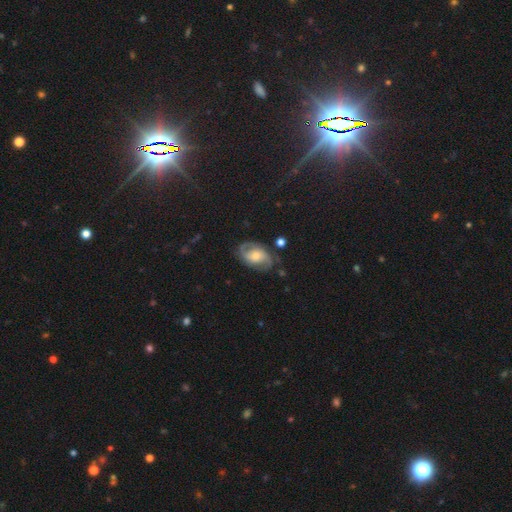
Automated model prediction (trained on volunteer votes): Q: Smooth or featured?
A: featured or disk (73%); runner-up: smooth (20%)
Q: Edge-on disk?
A: no (96%); runner-up: yes (4%)
Q: Bar?
A: no (56%); runner-up: weak (34%)
Q: Spiral arms?
A: yes (90%); runner-up: no (10%)
Q: Spiral winding?
A: medium (47%); runner-up: tight (31%)
Q: Spiral arm count?
A: 2 (80%); runner-up: can't tell (10%)
Q: Bulge size?
A: moderate (49%); runner-up: small (37%)
Q: Merging?
A: none (70%); runner-up: minor disturbance (19%)